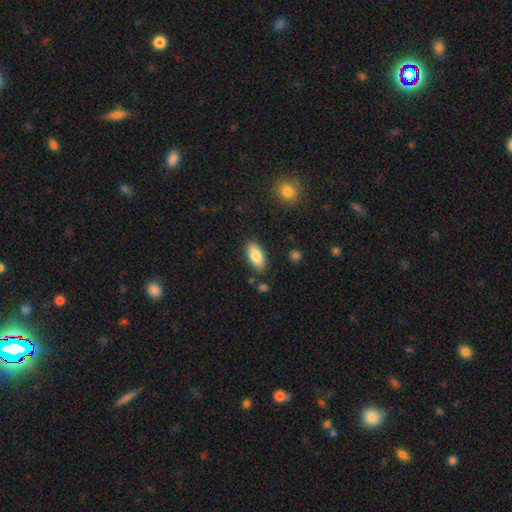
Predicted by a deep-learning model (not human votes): Morphology: type=smooth (83%); roundness=in between (90%); merging=none (84%).